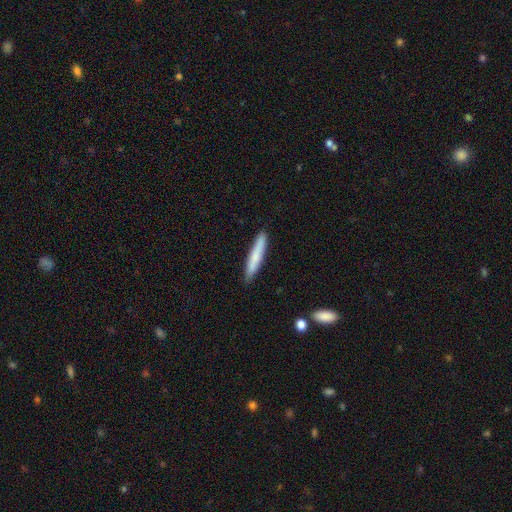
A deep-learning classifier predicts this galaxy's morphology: A smooth galaxy with no disk features (73%) that is cigar-shaped (94%).

Vote fractions:
- Smooth or featured? smooth: 73% / featured or disk: 21% / star or artifact: 6%
- How rounded? cigar-shaped: 94% / in between: 5% / round: 1%
- Merging? none: 87% / minor disturbance: 10% / merger: 2% / major disturbance: 2%